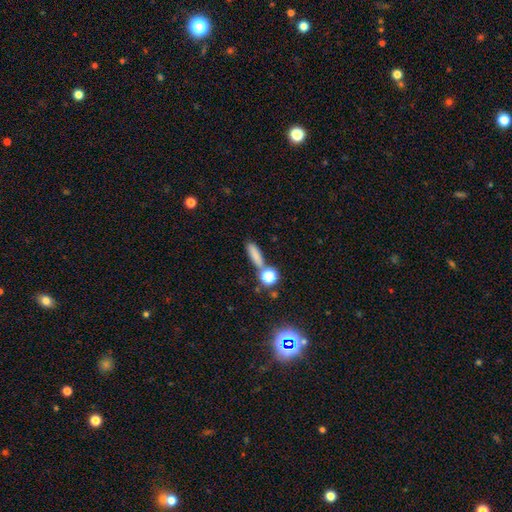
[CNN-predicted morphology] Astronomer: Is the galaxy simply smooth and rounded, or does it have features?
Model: smooth — 77%.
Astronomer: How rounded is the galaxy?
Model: cigar-shaped — 58%.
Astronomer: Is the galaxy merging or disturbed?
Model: none — 67%.